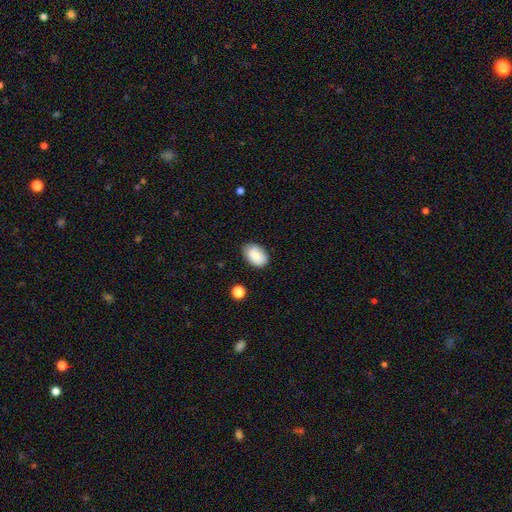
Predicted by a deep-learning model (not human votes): smooth_or_featured: smooth (p=0.82) [alt: featured or disk p=0.10]
how_rounded: in between (p=0.86) [alt: round p=0.13]
merging: none (p=0.78) [alt: minor disturbance p=0.18]